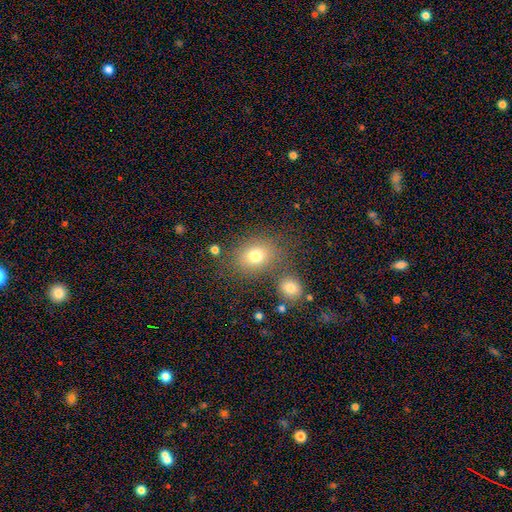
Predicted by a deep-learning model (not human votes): Smooth or featured? smooth (74%)
How rounded? round (53%)
Merging? none (71%)